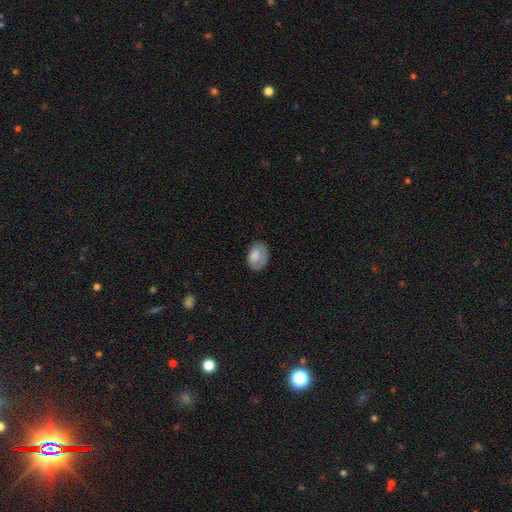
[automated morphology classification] A smooth galaxy with no disk features (71%) that is in between round and cigar-shaped (82%).

Vote fractions:
- Smooth or featured? smooth: 71% / featured or disk: 21% / star or artifact: 7%
- How rounded? in between: 82% / round: 17% / cigar-shaped: 1%
- Merging? none: 58% / minor disturbance: 28% / major disturbance: 13% / merger: 2%